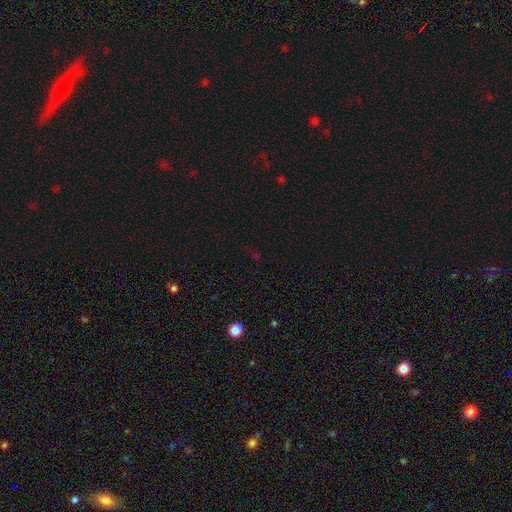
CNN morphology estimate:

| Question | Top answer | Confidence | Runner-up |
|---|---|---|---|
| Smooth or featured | star or artifact | 64% | smooth (28%) |